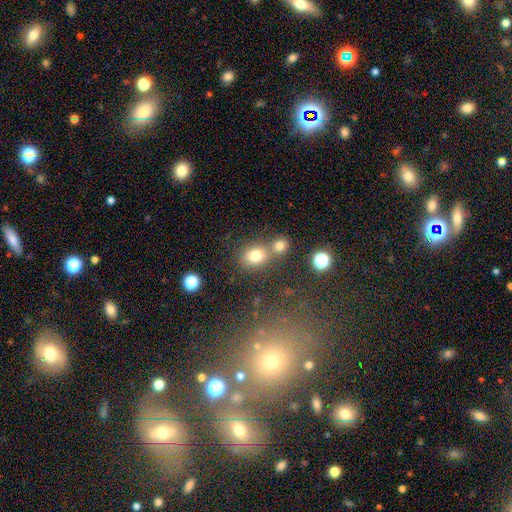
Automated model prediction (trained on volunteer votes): A smooth galaxy with no disk features (77%) that is round (58%). Merging: none (53%).